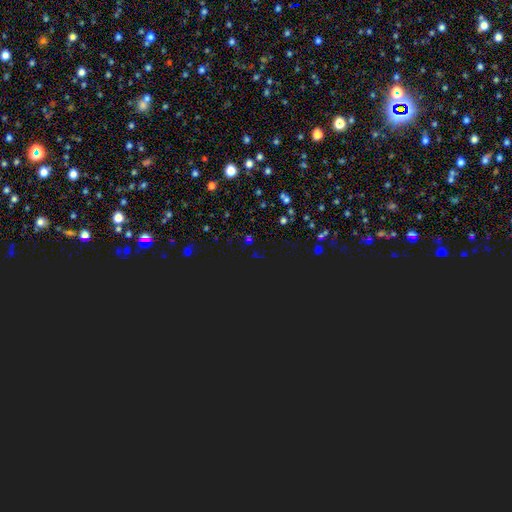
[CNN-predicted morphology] A star or artifact, not a galaxy (72%).